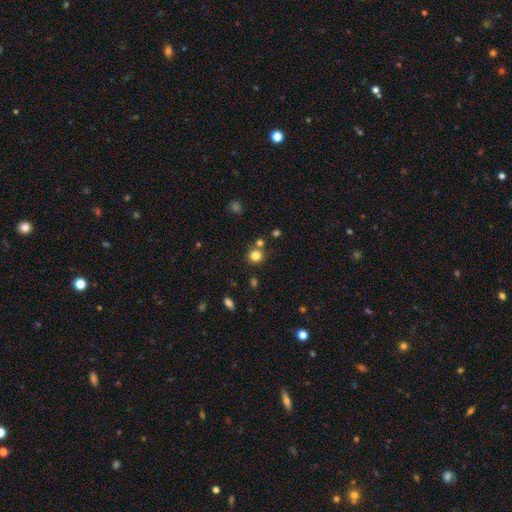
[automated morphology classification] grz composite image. It shows a smooth galaxy with no disk features (81%) that is round (88%). Merging: none (74%).